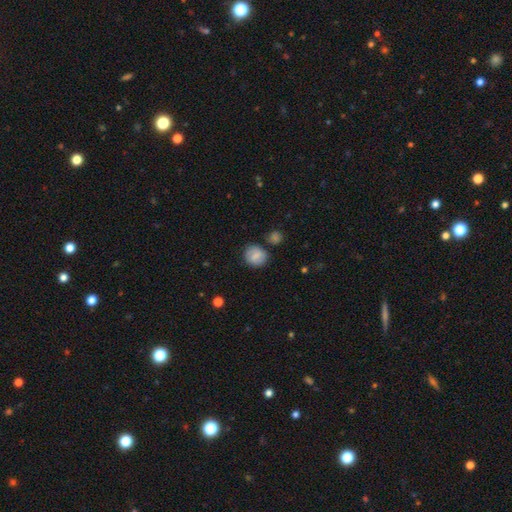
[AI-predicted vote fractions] Q: Smooth or featured?
A: smooth (68%); runner-up: featured or disk (23%)
Q: How rounded?
A: round (73%); runner-up: in between (25%)
Q: Merging?
A: none (77%); runner-up: minor disturbance (14%)